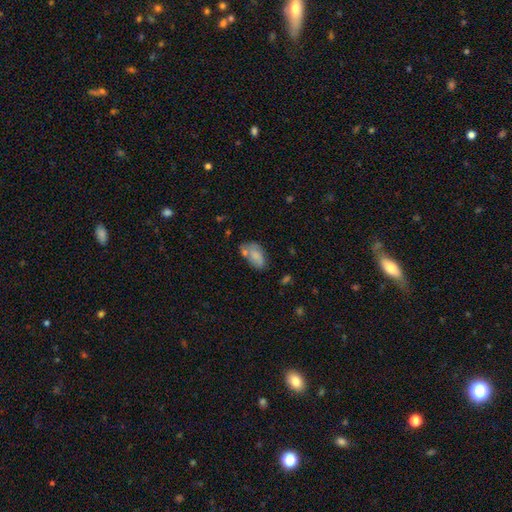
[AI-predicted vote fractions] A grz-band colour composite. It shows a smooth galaxy with no disk features (73%) that is in between round and cigar-shaped (92%). Merging: none (47%).